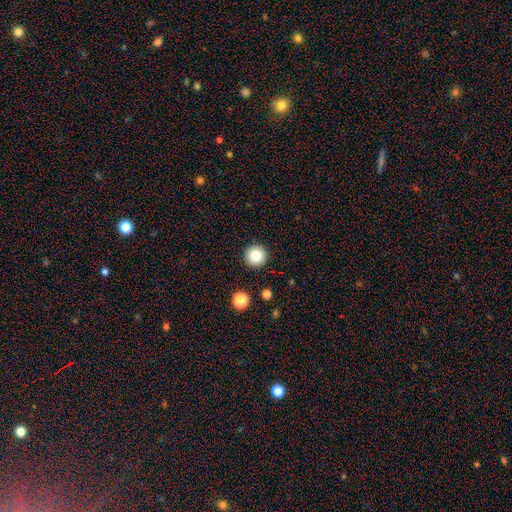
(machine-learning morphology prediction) smooth_or_featured: smooth (p=0.84) [alt: star or artifact p=0.10]
how_rounded: round (p=0.96) [alt: in between p=0.03]
merging: none (p=0.92) [alt: minor disturbance p=0.05]